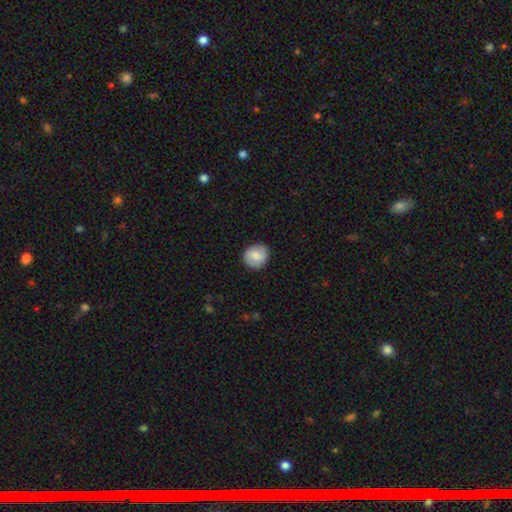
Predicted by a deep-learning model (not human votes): A smooth galaxy with no disk features (70%) that is round (84%). Merging: none (87%).